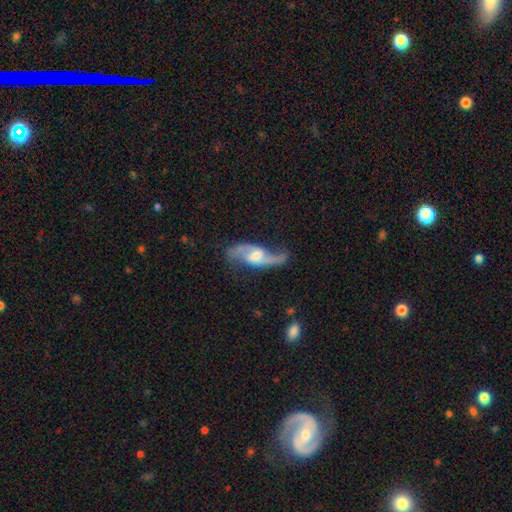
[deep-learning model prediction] This is clearly a featured or disk galaxy (89%). It is clearly not viewed edge-on (93%). Bar: possibly weak (48%). Spiral arm pattern: clearly yes (97%). Spiral arm count: clearly 2 (93%). Spiral winding: likely loose (66%). Central bulge: possibly moderate (54%). Merging: likely none (73%).